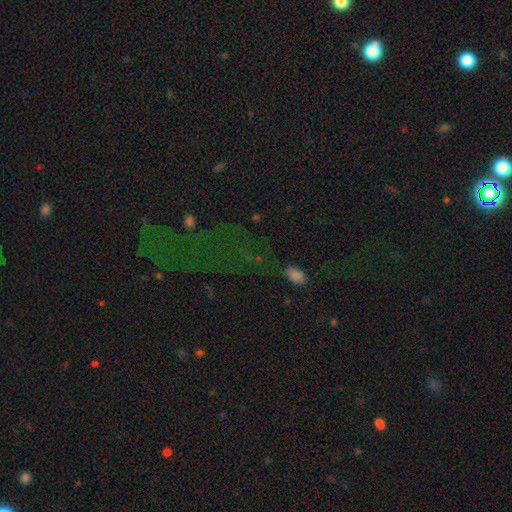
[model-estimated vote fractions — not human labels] Smooth or featured: star or artifact — 67% (smooth — 21%)